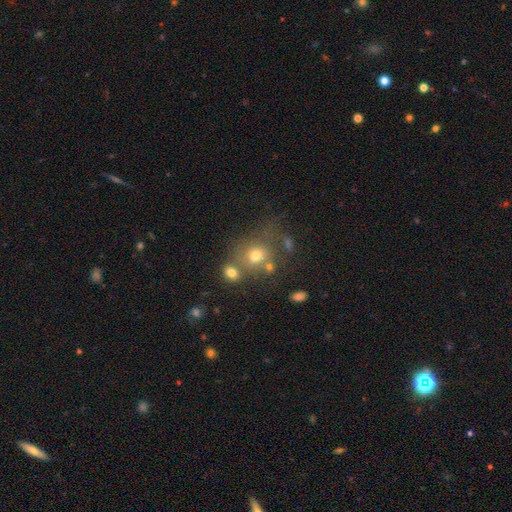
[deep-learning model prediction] smooth 70%, star or artifact 16%, featured or disk 15%. Down the decision tree: how rounded — round (76%); merging — none (52%).